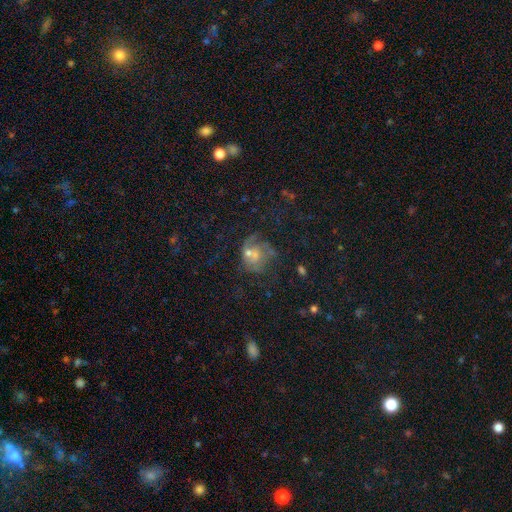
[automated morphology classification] This is possibly a featured or disk galaxy (48%). Merging: marginally none (36%).